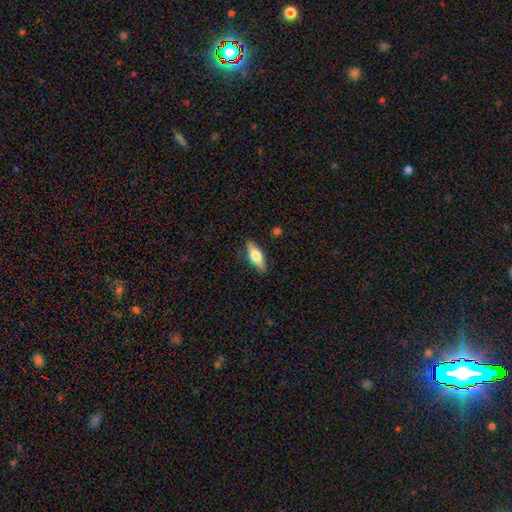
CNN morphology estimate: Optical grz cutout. It shows a smooth galaxy with no disk features (49%). Merging: none (86%).